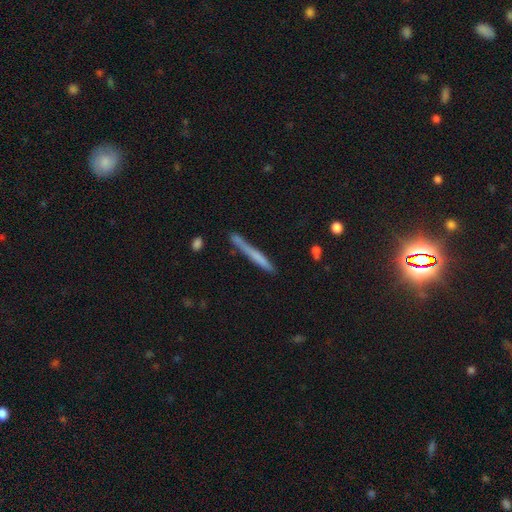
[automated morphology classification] smooth 58%, featured or disk 35%, star or artifact 8%. Down the decision tree: how rounded — cigar-shaped (97%); merging — none (76%).